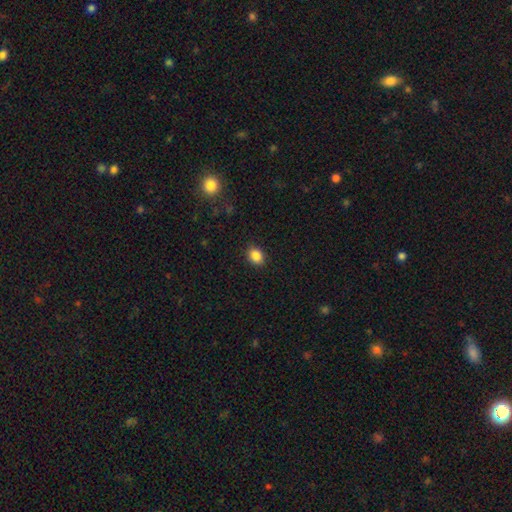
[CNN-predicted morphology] Overall: smooth (87%). How rounded: in between (61%; round 38%). Merging: none (89%).